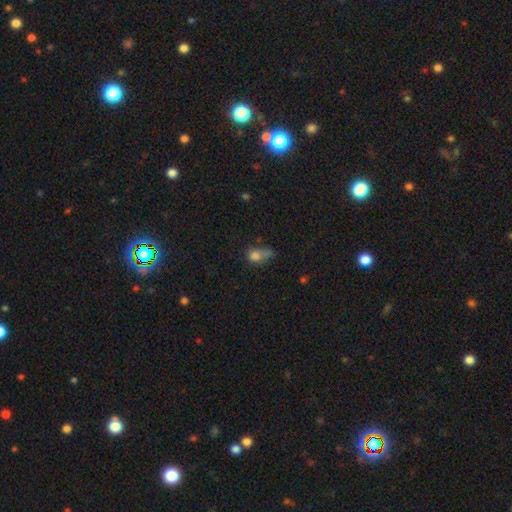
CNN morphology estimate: This appears to be a smooth galaxy with no disk features (75%) that is in between round and cigar-shaped (57%). Merging: minor disturbance (29%).